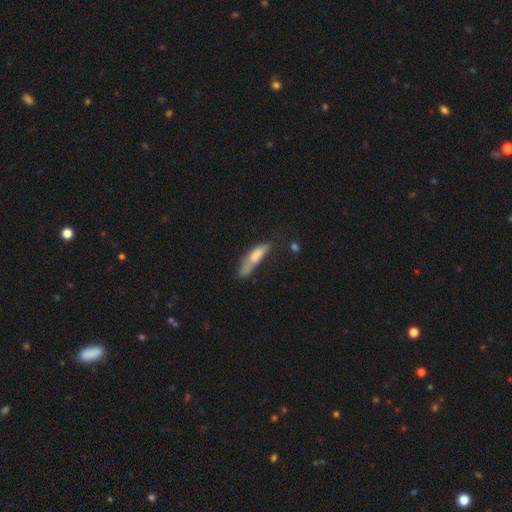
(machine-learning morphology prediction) smooth_or_featured: smooth (p=0.66) [alt: featured or disk p=0.25]
how_rounded: cigar-shaped (p=0.62) [alt: in between p=0.35]
merging: none (p=0.33) [alt: minor disturbance p=0.30]